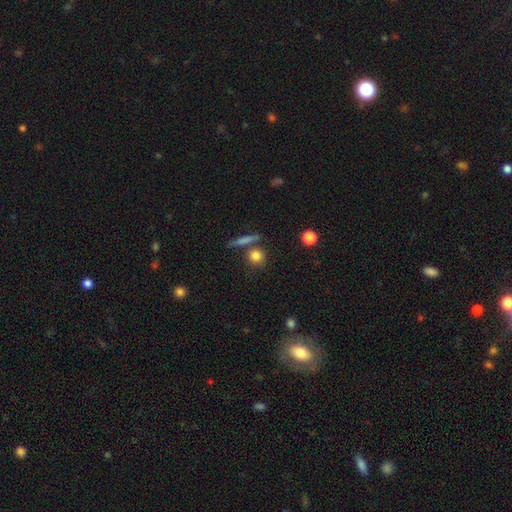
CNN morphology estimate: smooth-or-featured: smooth: 80% | star or artifact: 10% | featured or disk: 10%
  how-rounded: round: 85% | in between: 10% | cigar-shaped: 5%
  merging: none: 73% | merger: 14% | minor disturbance: 10% | major disturbance: 4%